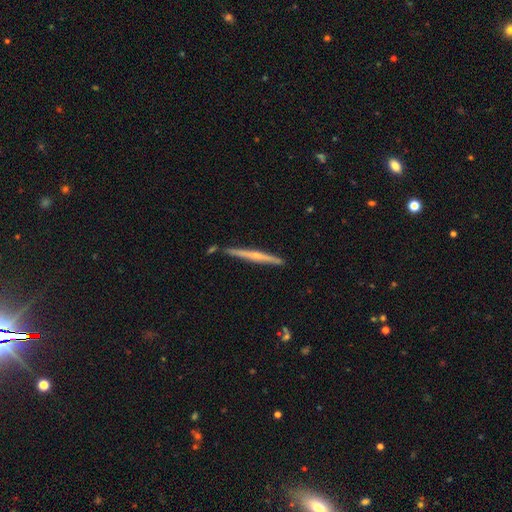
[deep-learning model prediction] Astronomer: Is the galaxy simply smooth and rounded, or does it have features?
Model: featured or disk — 68%.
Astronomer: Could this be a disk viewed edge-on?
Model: yes — 98%.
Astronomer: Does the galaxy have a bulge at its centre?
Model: rounded — 63%.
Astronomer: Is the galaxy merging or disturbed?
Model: none — 86%.